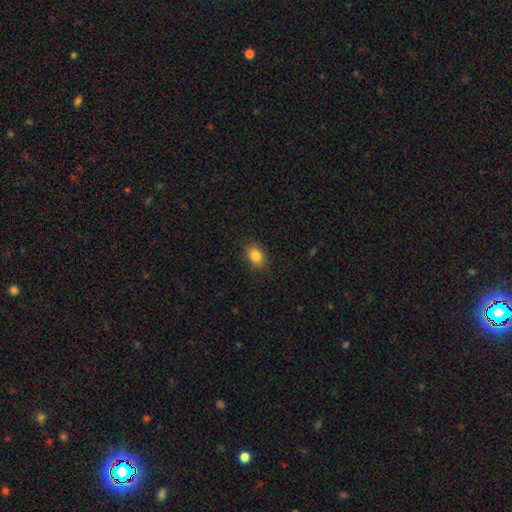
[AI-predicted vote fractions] This is clearly a smooth galaxy (84%). How rounded: likely in between (65%). Merging: clearly none (87%).